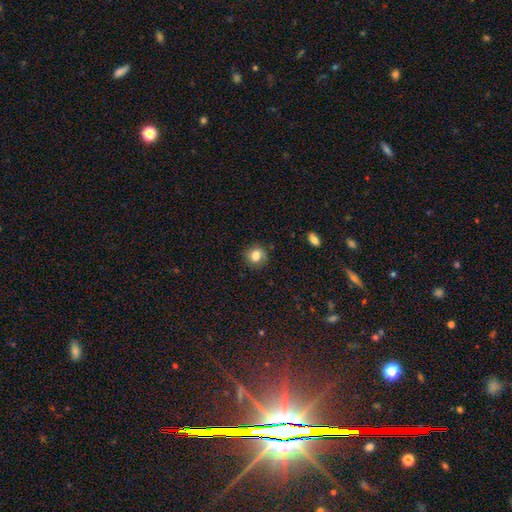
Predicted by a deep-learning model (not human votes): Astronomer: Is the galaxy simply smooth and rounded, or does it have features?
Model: smooth — 79%.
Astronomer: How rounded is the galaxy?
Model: round — 84%.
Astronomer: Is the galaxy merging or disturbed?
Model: none — 82%.